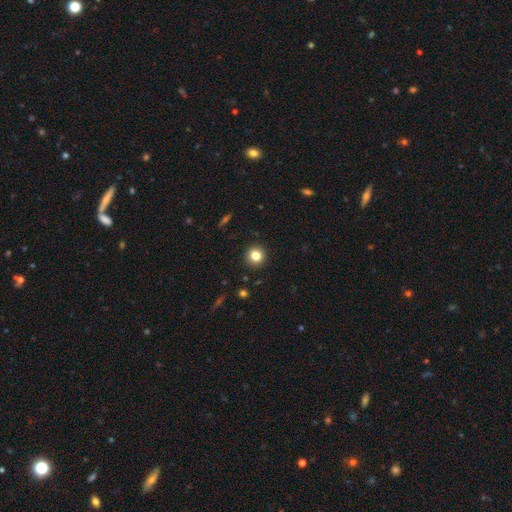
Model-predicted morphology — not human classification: Smooth or featured?
  - smooth: 82% *
  - star or artifact: 12%
  - featured or disk: 6%
How rounded?
  - round: 93% *
  - in between: 6%
  - cigar-shaped: 1%
Merging?
  - none: 92% *
  - minor disturbance: 5%
  - major disturbance: 2%
  - merger: 1%